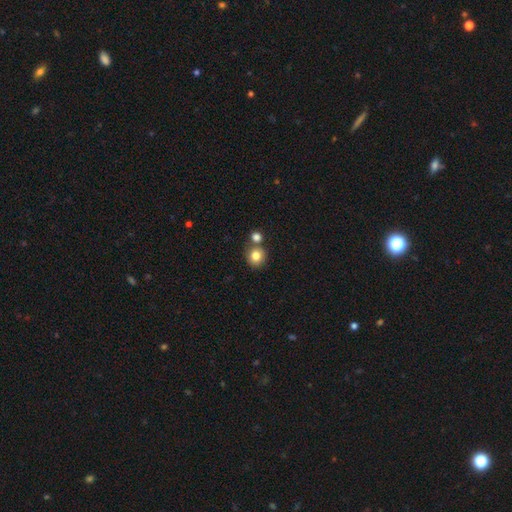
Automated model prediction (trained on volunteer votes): smooth 81%, star or artifact 11%, featured or disk 8%. Down the decision tree: how rounded — round (89%); merging — none (67%).